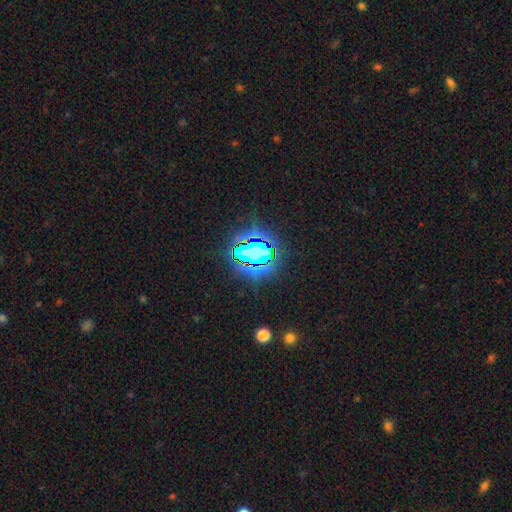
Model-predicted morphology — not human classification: A star or artifact, not a galaxy (65%).